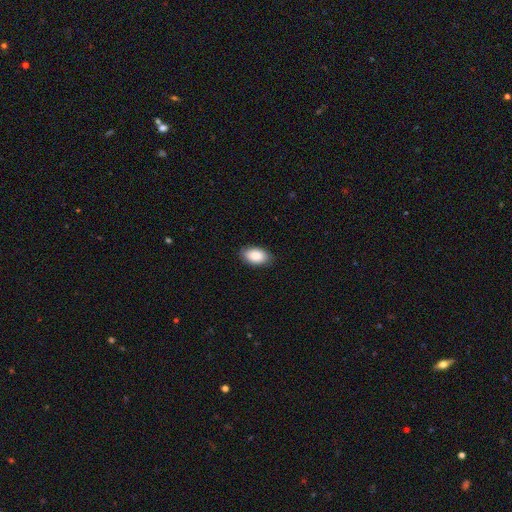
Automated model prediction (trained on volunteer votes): Morphology: type=smooth (87%); roundness=in between (93%); merging=none (85%).